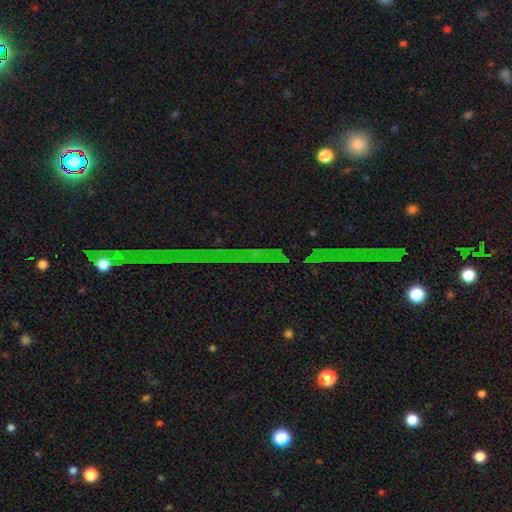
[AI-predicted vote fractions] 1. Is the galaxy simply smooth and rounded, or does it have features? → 76% star or artifact, 15% featured or disk, 9% smooth.